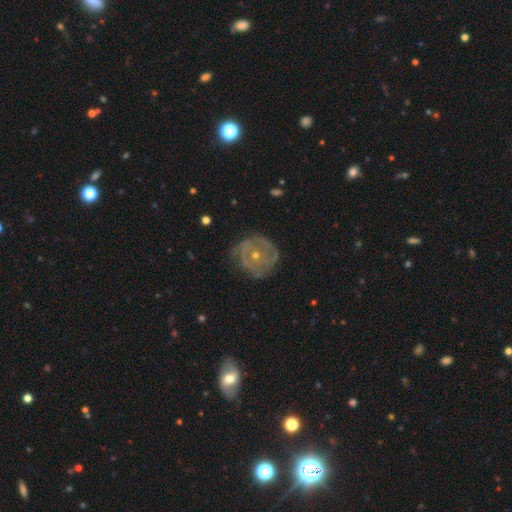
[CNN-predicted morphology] Smooth or featured?
  - featured or disk: 72% *
  - smooth: 19%
  - star or artifact: 9%
Edge-on disk?
  - no: 97% *
  - yes: 3%
Bar?
  - no: 82% *
  - weak: 14%
  - strong: 4%
Spiral arms?
  - yes: 68% *
  - no: 32%
Bulge size?
  - small: 63% *
  - moderate: 34%
  - none: 1%
  - large: 1%
  - dominant: 1%
Merging?
  - none: 74% *
  - minor disturbance: 17%
  - major disturbance: 7%
  - merger: 1%